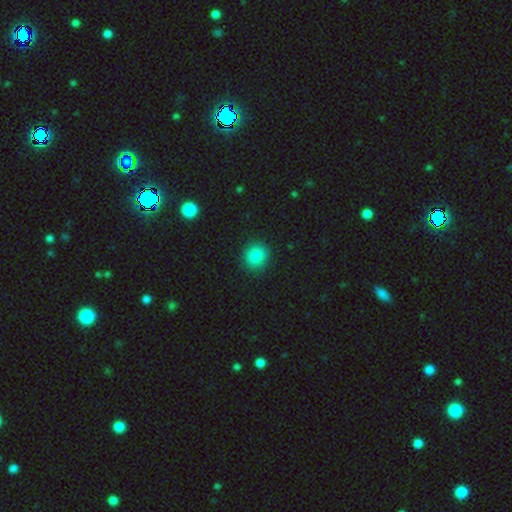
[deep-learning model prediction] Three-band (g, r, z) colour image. It shows a smooth galaxy with no disk features (85%) that is round (89%). Merging: none (91%).